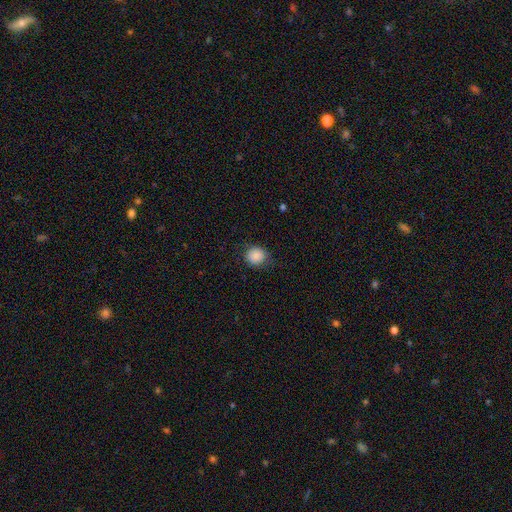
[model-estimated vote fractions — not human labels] Smooth or featured? smooth (87%)
How rounded? round (84%)
Merging? none (81%)